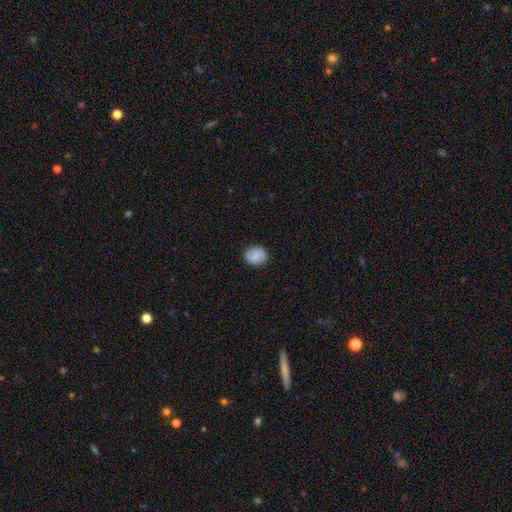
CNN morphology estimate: Smooth or featured: smooth — 71% (featured or disk — 21%)
How rounded: round — 67% (in between — 32%)
Merging: none — 87% (minor disturbance — 10%)